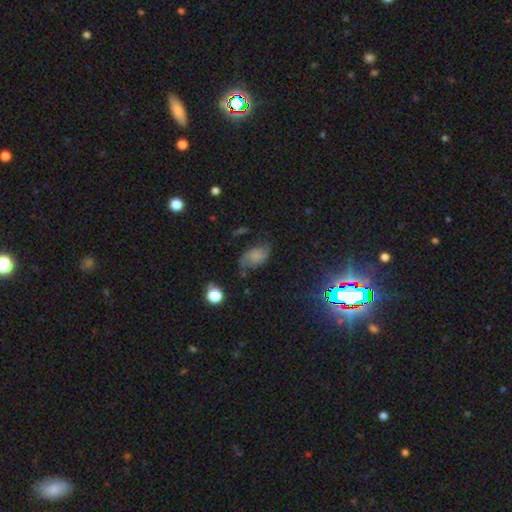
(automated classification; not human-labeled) Overall: smooth (46%; featured or disk 40%). Merging: none (50%; minor disturbance 30%).